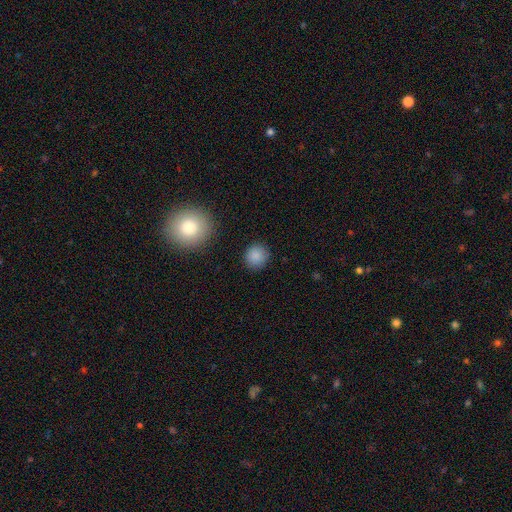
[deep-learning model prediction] Smooth or featured: smooth — 86% (star or artifact — 10%)
How rounded: round — 90% (in between — 9%)
Merging: none — 89% (minor disturbance — 7%)